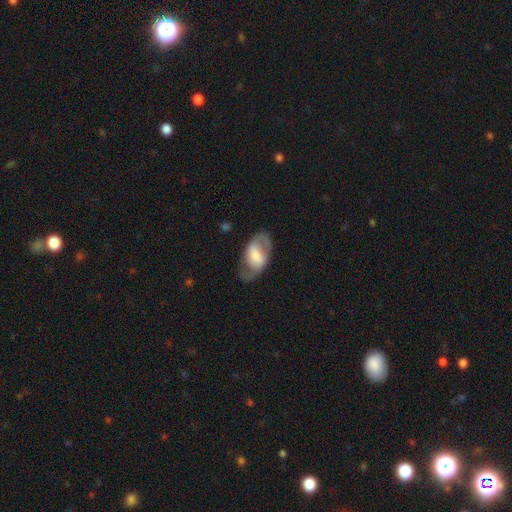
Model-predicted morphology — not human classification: featured or disk 63%, smooth 31%, star or artifact 6%. Down the decision tree: edge-on disk — no (95%); bar — weak (42%); spiral arms — yes (76%); bulge size — moderate (34%); merging — none (68%).